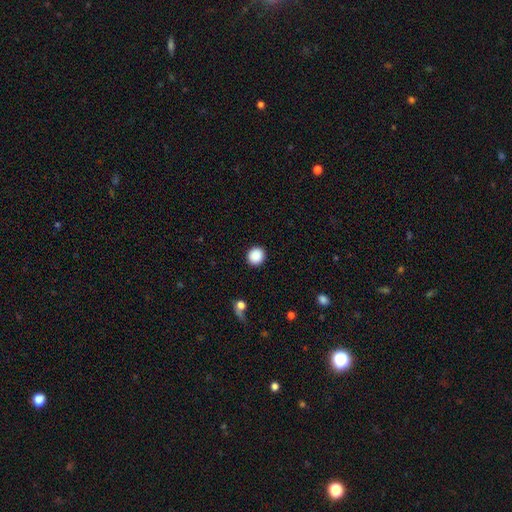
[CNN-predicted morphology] Smooth or featured? Predicted: smooth (p=0.89). How rounded? Predicted: round (p=0.92). Merging? Predicted: none (p=0.91).